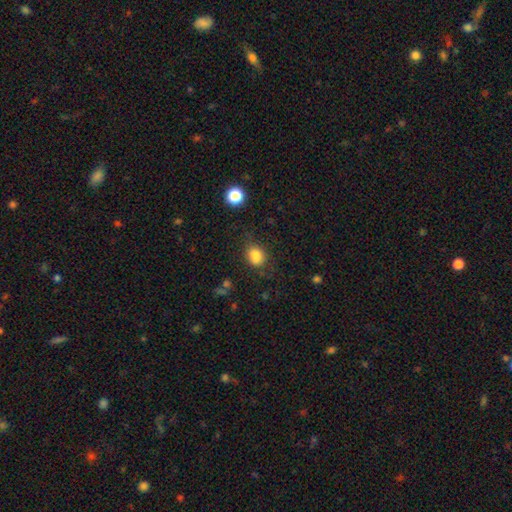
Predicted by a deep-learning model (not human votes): A smooth galaxy with no disk features (83%) that is in between round and cigar-shaped (50%). Merging: none (71%).